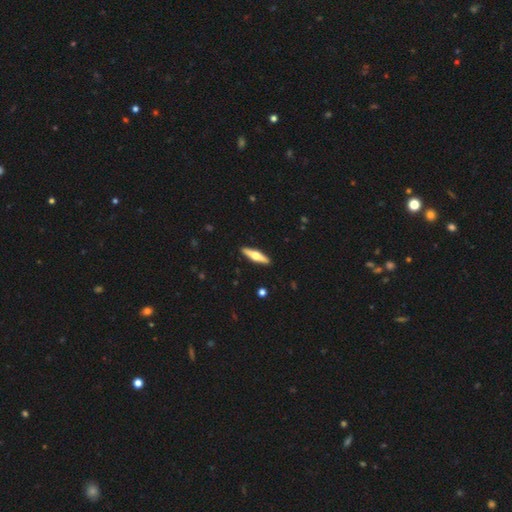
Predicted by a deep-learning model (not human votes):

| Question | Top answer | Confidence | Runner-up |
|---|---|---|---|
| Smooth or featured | featured or disk | 58% | smooth (37%) |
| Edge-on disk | yes | 95% | no (5%) |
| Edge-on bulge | rounded | 95% | boxy (2%) |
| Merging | none | 92% | minor disturbance (6%) |